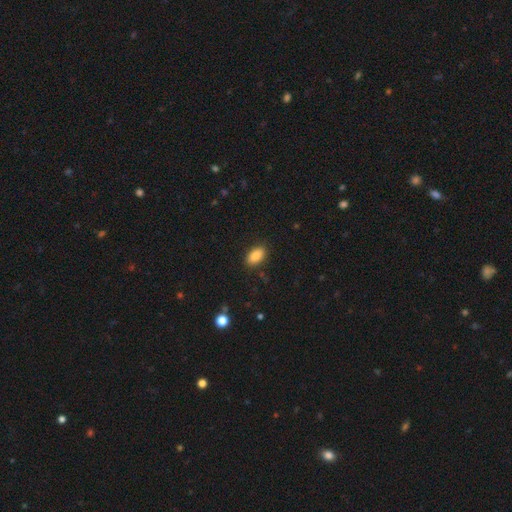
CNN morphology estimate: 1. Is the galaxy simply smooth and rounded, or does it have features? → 88% smooth, 8% star or artifact, 4% featured or disk.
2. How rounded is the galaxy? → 92% in between, 5% round, 2% cigar-shaped.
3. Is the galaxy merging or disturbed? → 87% none, 9% minor disturbance, 2% major disturbance, 1% merger.